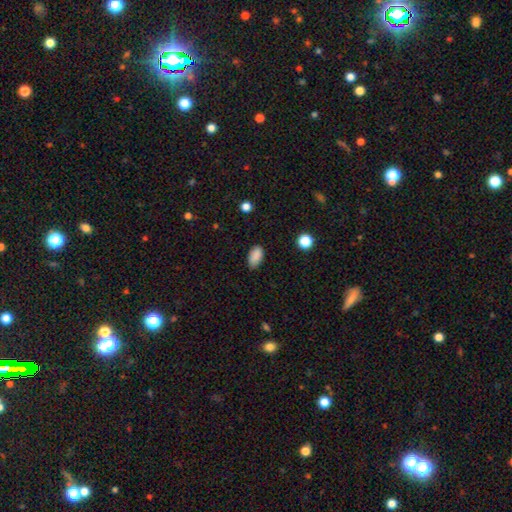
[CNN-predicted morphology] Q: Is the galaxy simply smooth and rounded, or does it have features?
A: smooth — 88%.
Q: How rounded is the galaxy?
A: in between — 93%.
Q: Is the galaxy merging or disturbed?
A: none — 84%.